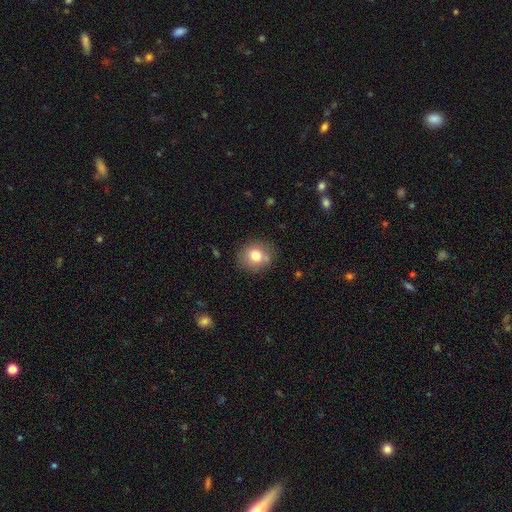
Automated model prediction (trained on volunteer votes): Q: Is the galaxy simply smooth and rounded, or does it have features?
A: smooth — 77%.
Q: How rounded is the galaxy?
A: round — 81%.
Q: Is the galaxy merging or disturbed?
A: none — 80%.